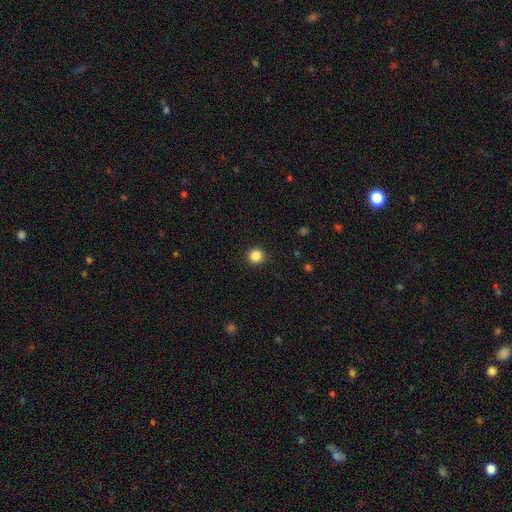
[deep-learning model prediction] Smooth or featured?
  - smooth: 86% *
  - star or artifact: 11%
  - featured or disk: 3%
How rounded?
  - round: 95% *
  - in between: 4%
  - cigar-shaped: 1%
Merging?
  - none: 92% *
  - minor disturbance: 5%
  - major disturbance: 2%
  - merger: 1%